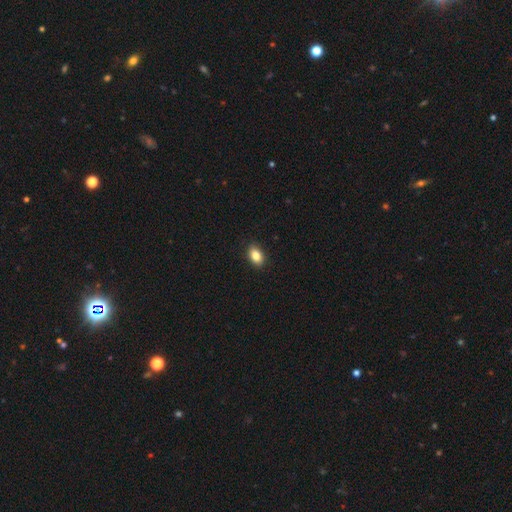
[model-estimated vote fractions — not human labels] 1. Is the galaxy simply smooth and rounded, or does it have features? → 85% smooth, 8% star or artifact, 6% featured or disk.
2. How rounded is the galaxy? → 85% in between, 14% round, 2% cigar-shaped.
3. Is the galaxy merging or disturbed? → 90% none, 7% minor disturbance, 2% major disturbance, 1% merger.